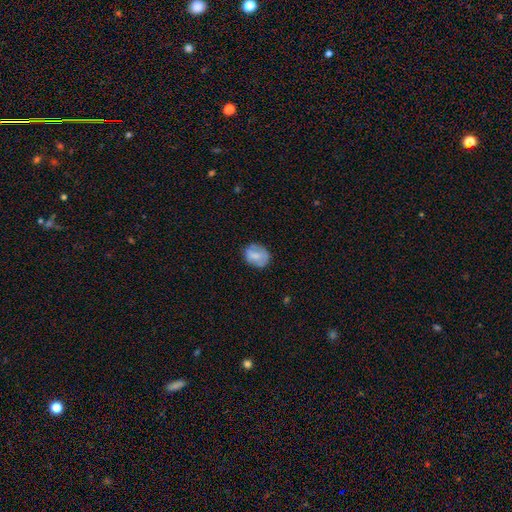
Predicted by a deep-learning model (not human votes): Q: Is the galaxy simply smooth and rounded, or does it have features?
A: smooth — 68%.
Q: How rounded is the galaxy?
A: in between — 55%.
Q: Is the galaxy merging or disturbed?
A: none — 69%.